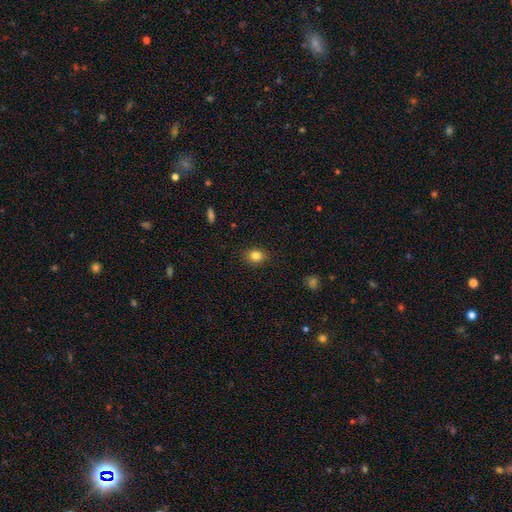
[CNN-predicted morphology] A smooth galaxy with no disk features (83%) that is round (57%). Merging: none (89%).